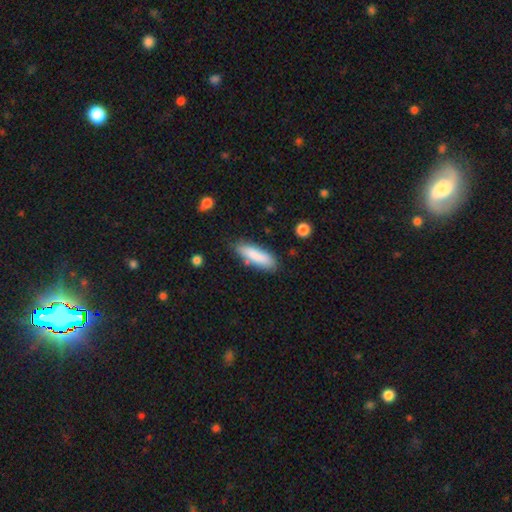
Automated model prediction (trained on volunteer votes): Smooth or featured: smooth — 83% (featured or disk — 10%)
How rounded: cigar-shaped — 54% (in between — 44%)
Merging: none — 76% (minor disturbance — 16%)